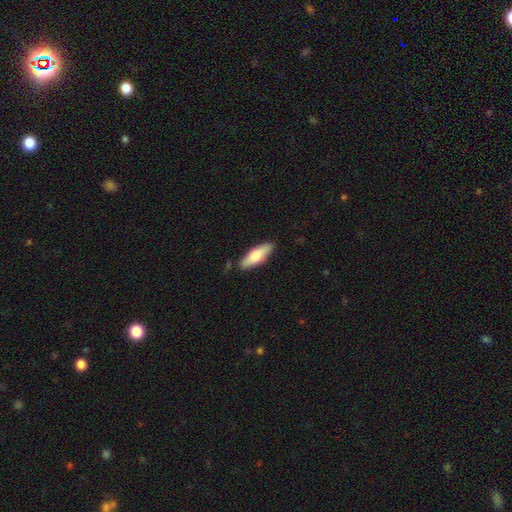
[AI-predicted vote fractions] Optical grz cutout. It shows a smooth galaxy with no disk features (68%) that is in between round and cigar-shaped (51%). Merging: none (84%).